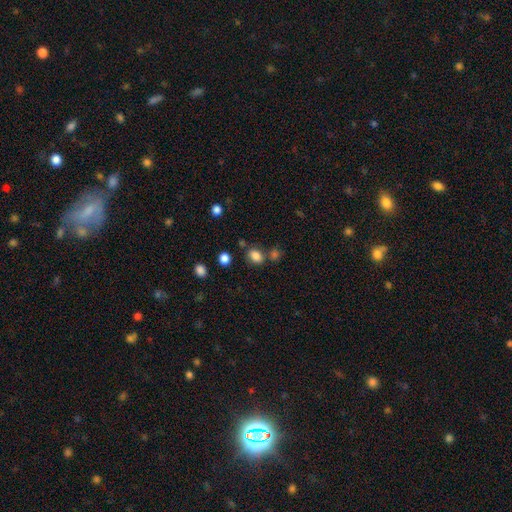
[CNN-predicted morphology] type=smooth (83%); roundness=in between (60%); merging=none (68%).